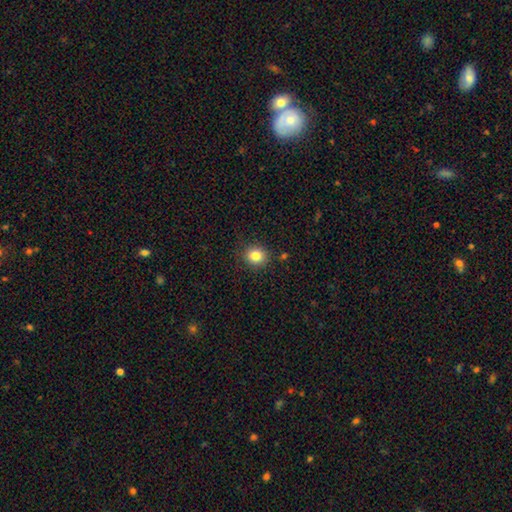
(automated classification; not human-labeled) smooth_or_featured: smooth (p=0.83) [alt: star or artifact p=0.11]
how_rounded: round (p=0.80) [alt: in between p=0.19]
merging: none (p=0.87) [alt: minor disturbance p=0.08]